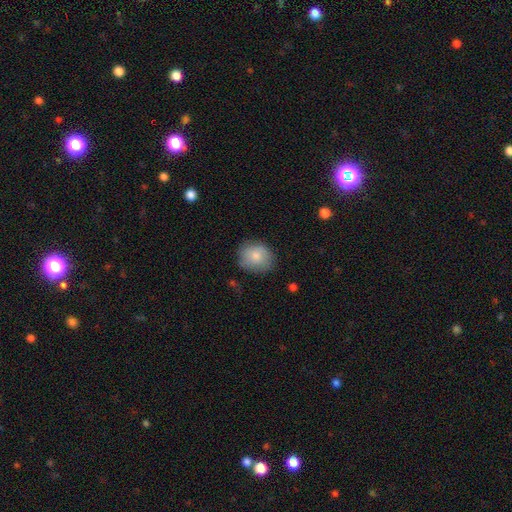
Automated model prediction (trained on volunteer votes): Overall: smooth (82%). How rounded: round (73%). Merging: none (78%).